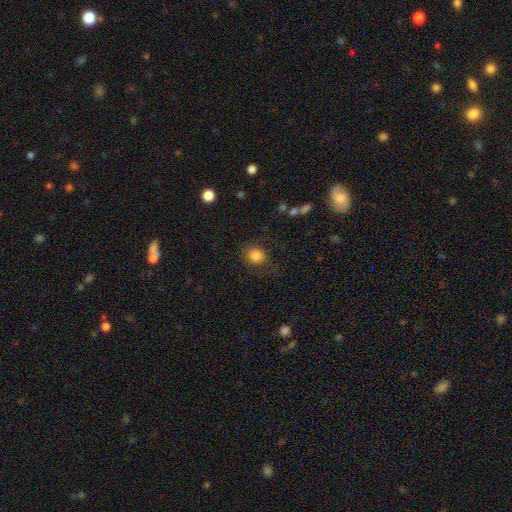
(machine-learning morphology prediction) A smooth galaxy with no disk features (84%) that is round (70%).

Vote fractions:
- Smooth or featured? smooth: 84% / star or artifact: 10% / featured or disk: 6%
- How rounded? round: 70% / in between: 29% / cigar-shaped: 1%
- Merging? none: 75% / minor disturbance: 16% / major disturbance: 8% / merger: 2%